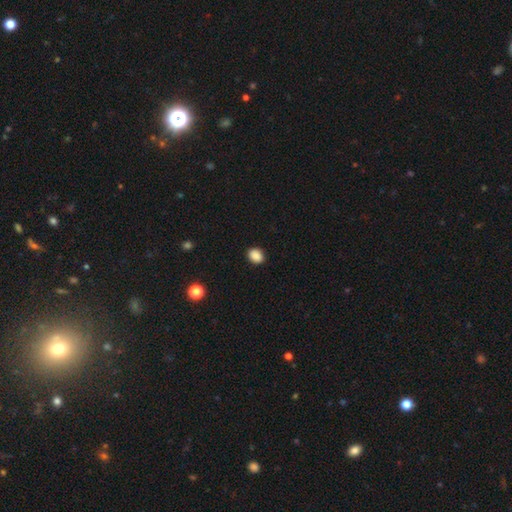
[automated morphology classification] type=smooth (88%); roundness=in between (57%); merging=none (89%).